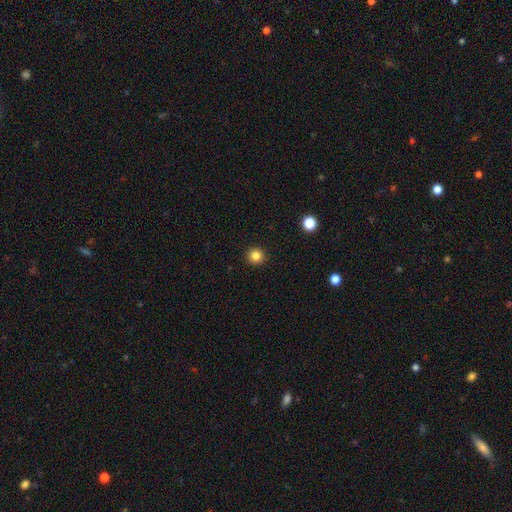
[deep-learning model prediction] The model was most divided on "smooth or featured": smooth: 83%, star or artifact: 12%, featured or disk: 4%. More confident: how rounded — round (94%); merging — none (93%).